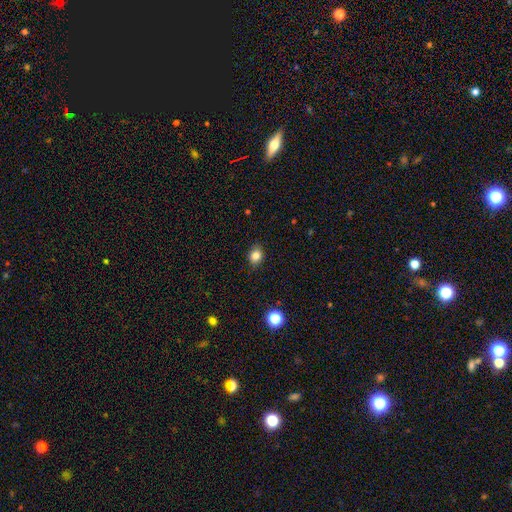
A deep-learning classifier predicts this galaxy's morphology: Smooth or featured? Predicted: smooth (p=0.82). How rounded? Predicted: round (p=0.61). Merging? Predicted: none (p=0.86).